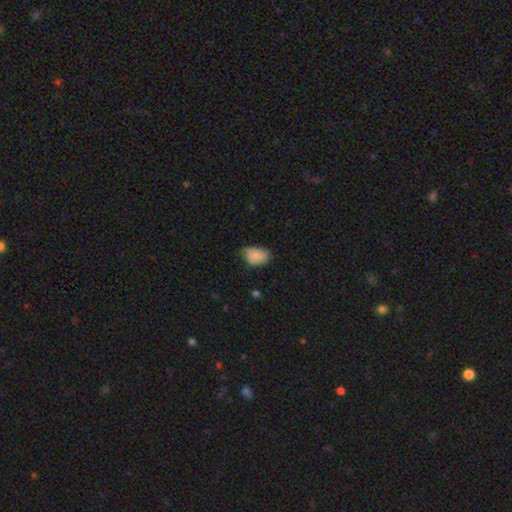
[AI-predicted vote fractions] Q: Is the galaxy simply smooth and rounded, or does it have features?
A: smooth — 84%.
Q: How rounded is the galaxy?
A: in between — 84%.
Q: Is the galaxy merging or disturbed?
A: none — 49%.